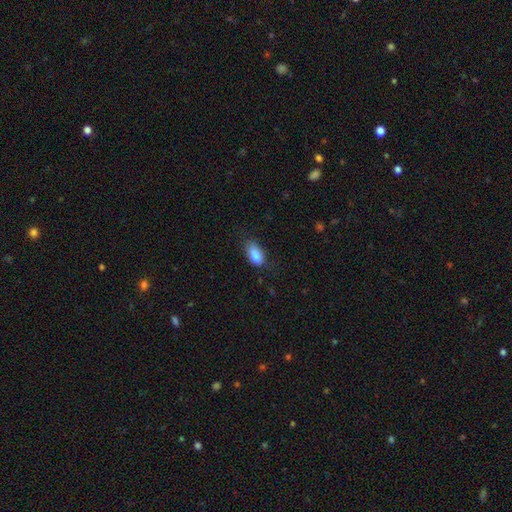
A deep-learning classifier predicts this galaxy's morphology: smooth_or_featured: smooth (p=0.85) [alt: star or artifact p=0.08]
how_rounded: in between (p=0.91) [alt: round p=0.06]
merging: none (p=0.64) [alt: minor disturbance p=0.28]